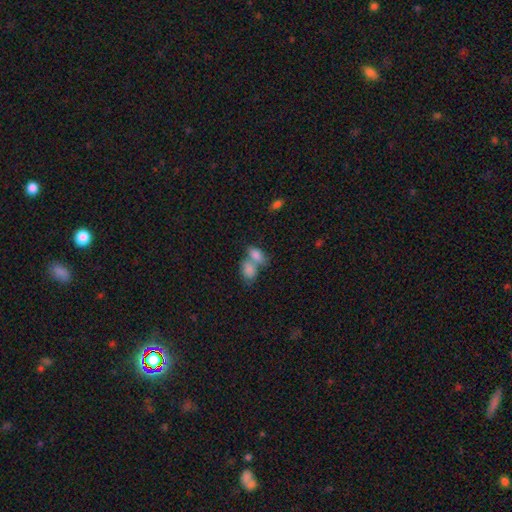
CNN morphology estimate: Overall: smooth (83%). How rounded: in between (89%). Merging: merger (62%; none 26%).